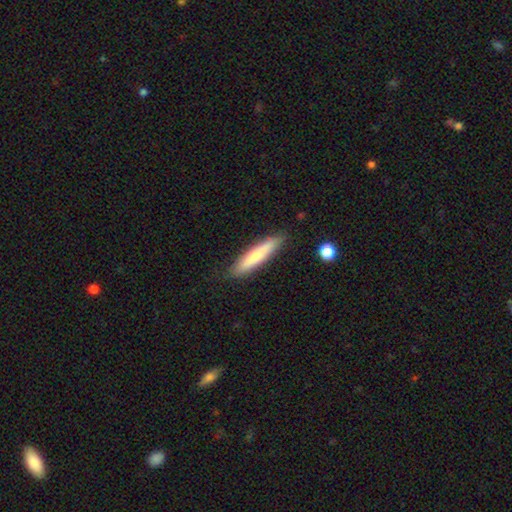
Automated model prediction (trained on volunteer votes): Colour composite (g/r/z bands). It shows a smooth galaxy with no disk features (68%) that is cigar-shaped (88%). Merging: none (87%).